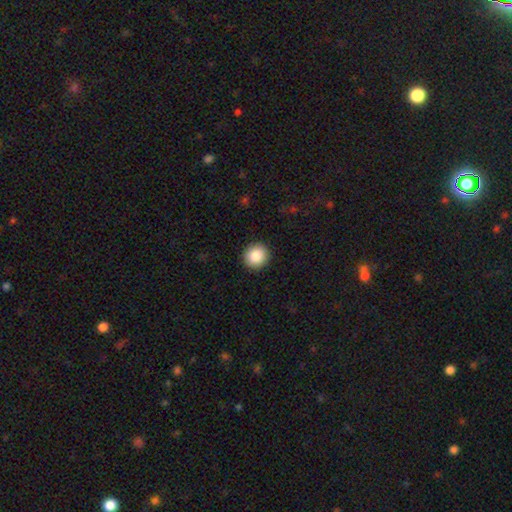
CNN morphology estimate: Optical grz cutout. It shows a smooth galaxy with no disk features (86%) that is round (91%). Merging: none (92%).